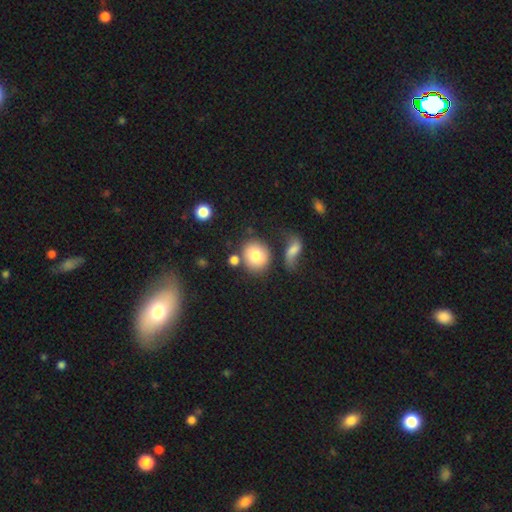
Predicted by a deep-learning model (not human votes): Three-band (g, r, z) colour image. It shows a smooth galaxy with no disk features (78%) that is round (75%). Merging: none (67%).